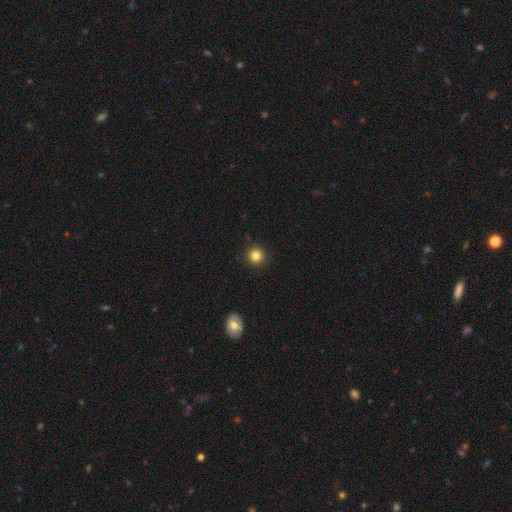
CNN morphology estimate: The model was most divided on "smooth or featured": smooth: 83%, star or artifact: 12%, featured or disk: 5%. More confident: how rounded — round (95%); merging — none (91%).